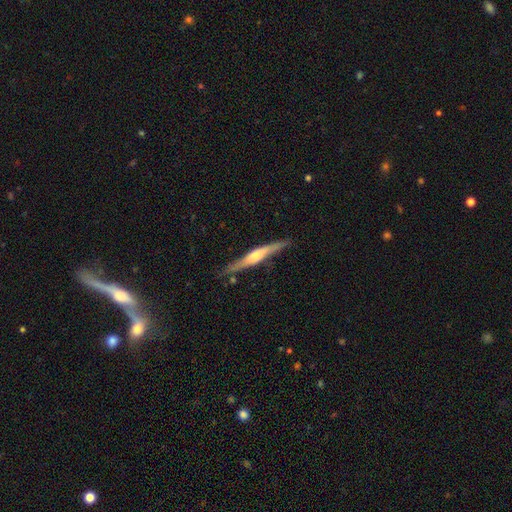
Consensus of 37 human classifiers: A featured or disk galaxy (78%) viewed edge-on (90%) with a rounded central bulge (88%). Merging: none (86%).